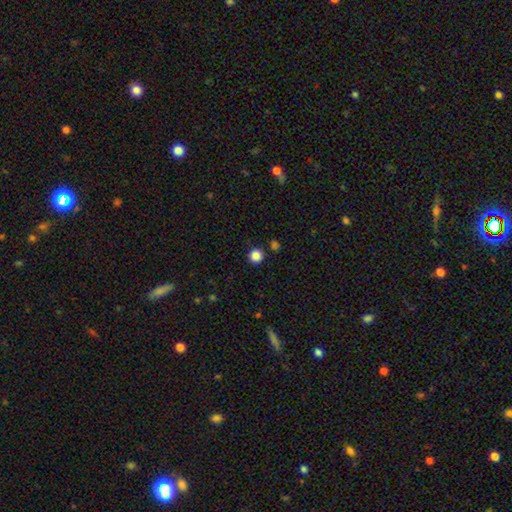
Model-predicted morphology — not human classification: smooth-or-featured: smooth: 86% | star or artifact: 11% | featured or disk: 3%
  how-rounded: round: 95% | in between: 4% | cigar-shaped: 1%
  merging: none: 89% | minor disturbance: 6% | merger: 3% | major disturbance: 2%